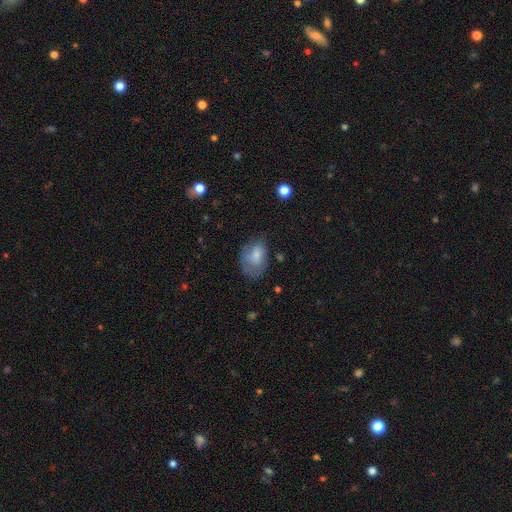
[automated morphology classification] This is likely a smooth galaxy (71%). How rounded: clearly in between (83%). Merging: possibly none (48%).